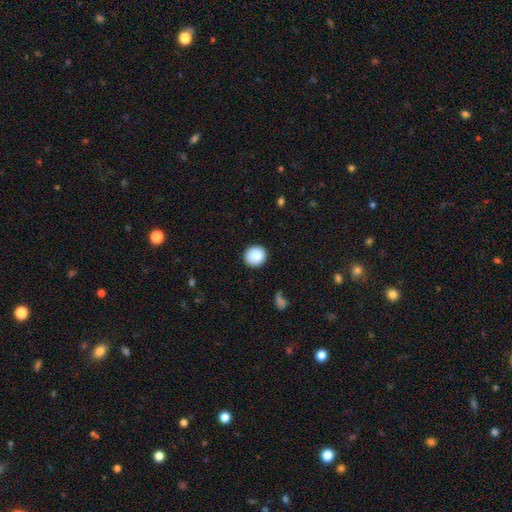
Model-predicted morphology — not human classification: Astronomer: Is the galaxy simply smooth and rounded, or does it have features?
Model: smooth — 87%.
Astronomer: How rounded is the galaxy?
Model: round — 89%.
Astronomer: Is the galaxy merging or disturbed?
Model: none — 90%.